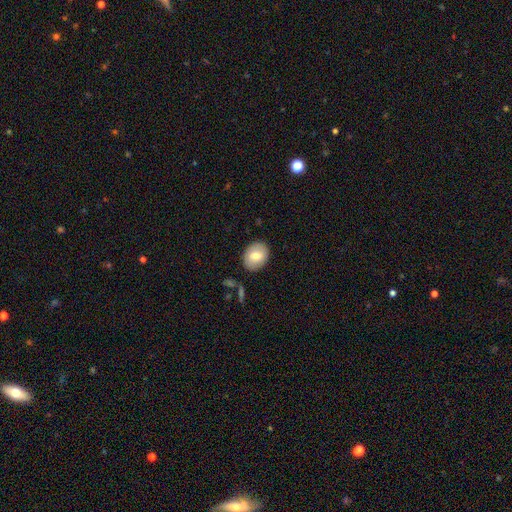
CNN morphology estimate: Smooth or featured?
  - smooth: 73% *
  - featured or disk: 19%
  - star or artifact: 7%
How rounded?
  - in between: 55% *
  - round: 44%
  - cigar-shaped: 1%
Merging?
  - none: 86% *
  - minor disturbance: 10%
  - major disturbance: 2%
  - merger: 2%